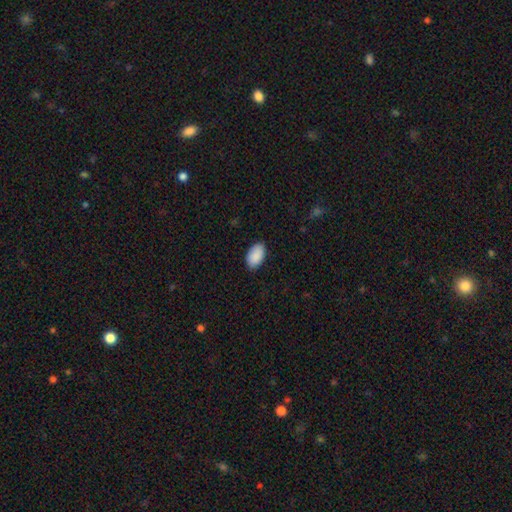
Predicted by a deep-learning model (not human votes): Smooth or featured? Predicted: smooth (p=0.91). How rounded? Predicted: in between (p=0.94). Merging? Predicted: none (p=0.86).